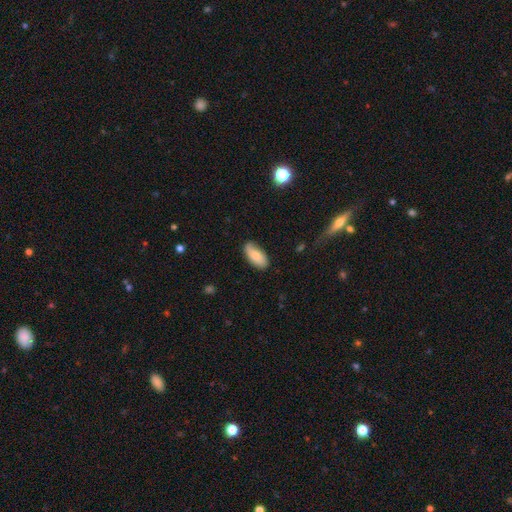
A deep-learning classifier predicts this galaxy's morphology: Smooth or featured? smooth (74%)
How rounded? in between (91%)
Merging? none (72%)